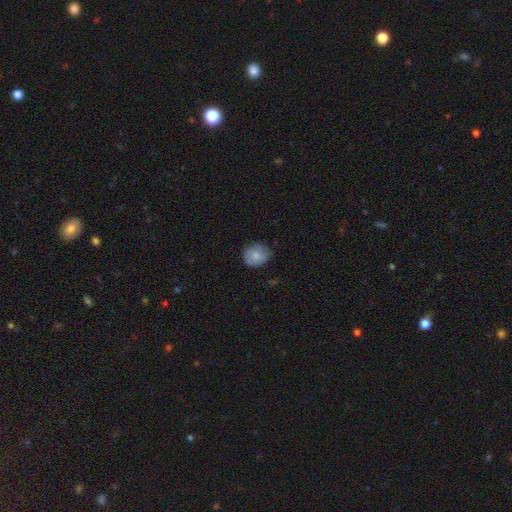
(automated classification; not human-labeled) A smooth galaxy with no disk features (79%) that is round (82%).

Vote fractions:
- Smooth or featured? smooth: 79% / featured or disk: 14% / star or artifact: 8%
- How rounded? round: 82% / in between: 17% / cigar-shaped: 1%
- Merging? none: 75% / minor disturbance: 20% / major disturbance: 4% / merger: 1%